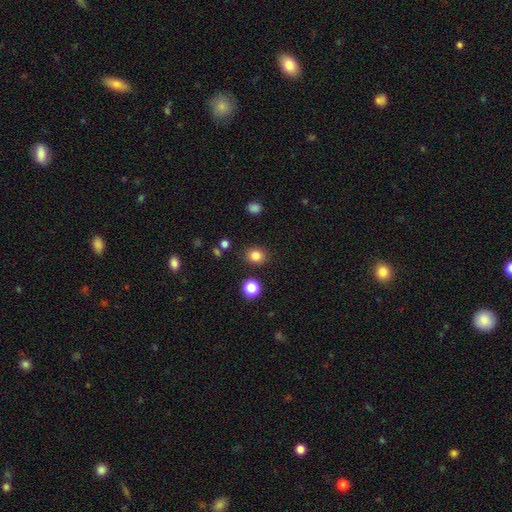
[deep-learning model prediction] The model was most divided on "how rounded": round: 77%, in between: 22%, cigar-shaped: 1%. More confident: merging — none (88%); smooth or featured — smooth (83%).